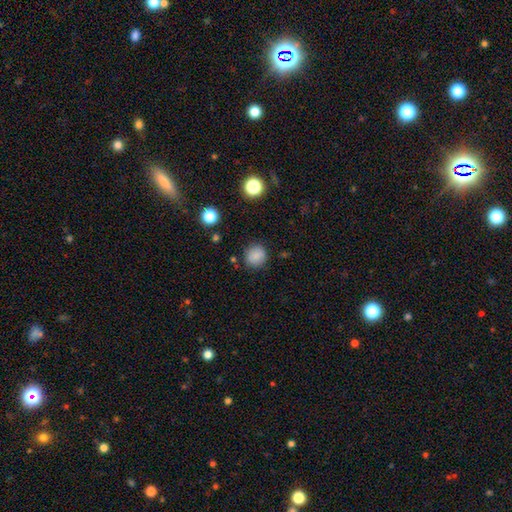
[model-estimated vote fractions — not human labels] A smooth galaxy with no disk features (85%) that is round (87%). Merging: none (86%).